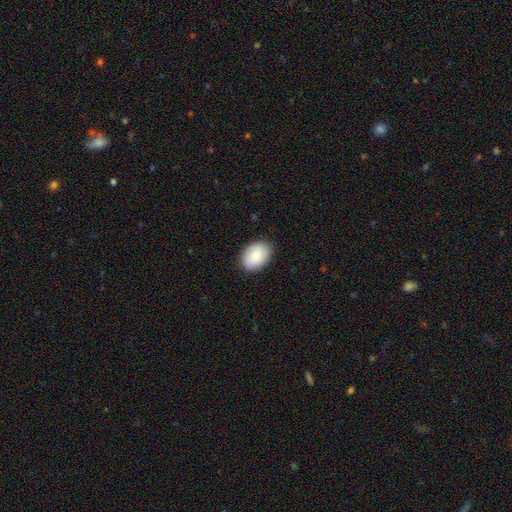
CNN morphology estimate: The model was most divided on "how rounded": in between: 81%, round: 18%, cigar-shaped: 1%. More confident: merging — none (86%); smooth or featured — smooth (81%).